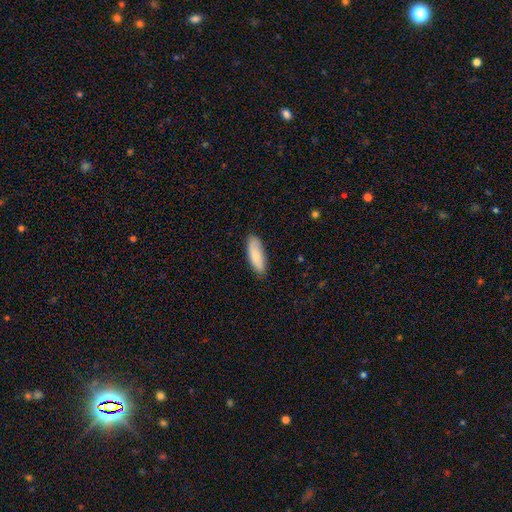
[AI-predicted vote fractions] smooth_or_featured: smooth (p=0.79) [alt: featured or disk p=0.16]
how_rounded: in between (p=0.66) [alt: cigar-shaped p=0.32]
merging: none (p=0.82) [alt: minor disturbance p=0.14]